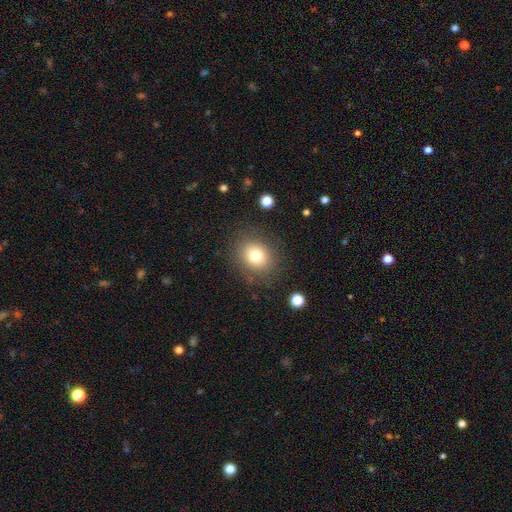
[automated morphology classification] smooth_or_featured: smooth (p=0.78) [alt: star or artifact p=0.12]
how_rounded: round (p=0.66) [alt: in between p=0.34]
merging: none (p=0.83) [alt: minor disturbance p=0.11]